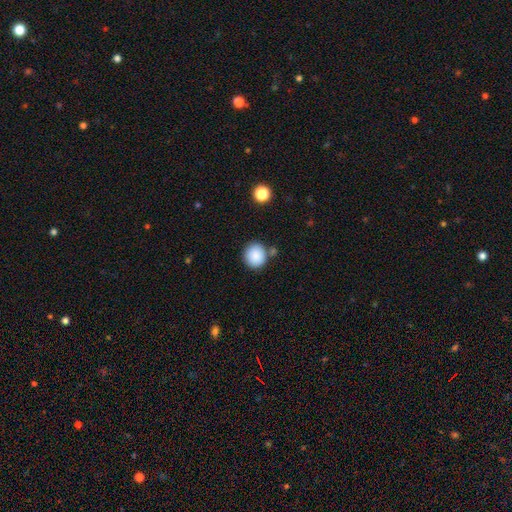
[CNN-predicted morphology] The model was most divided on "merging": none: 78%, minor disturbance: 11%, merger: 8%, major disturbance: 3%. More confident: smooth or featured — smooth (88%); how rounded — round (85%).